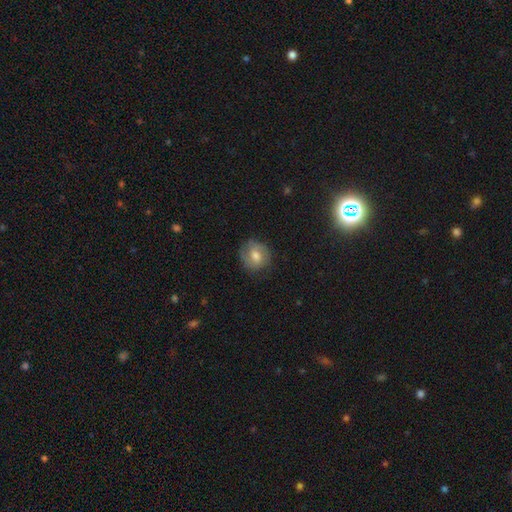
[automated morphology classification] Smooth or featured: smooth — 55% (featured or disk — 36%)
How rounded: round — 79% (in between — 19%)
Merging: none — 78% (minor disturbance — 16%)